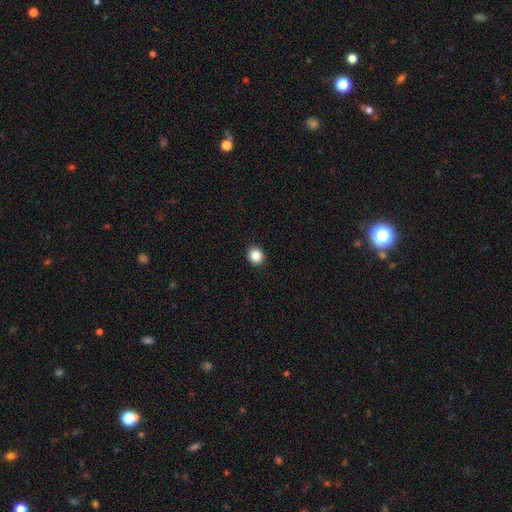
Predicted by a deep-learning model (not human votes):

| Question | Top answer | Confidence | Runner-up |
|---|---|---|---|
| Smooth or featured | smooth | 86% | star or artifact (10%) |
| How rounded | round | 89% | in between (10%) |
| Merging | none | 93% | minor disturbance (5%) |